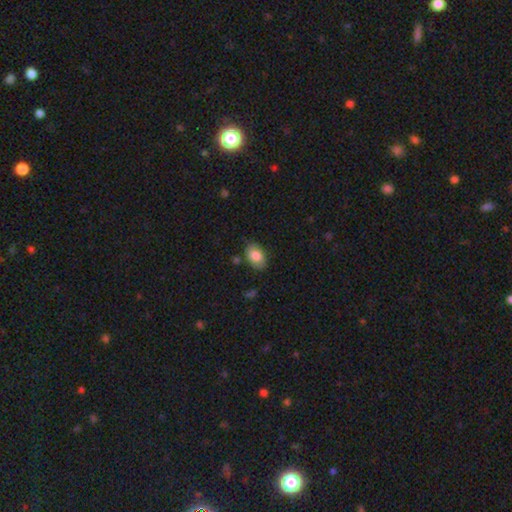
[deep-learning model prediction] smooth-or-featured: smooth: 83% | featured or disk: 9% | star or artifact: 7%
  how-rounded: in between: 89% | round: 10% | cigar-shaped: 1%
  merging: none: 81% | minor disturbance: 14% | major disturbance: 3% | merger: 2%